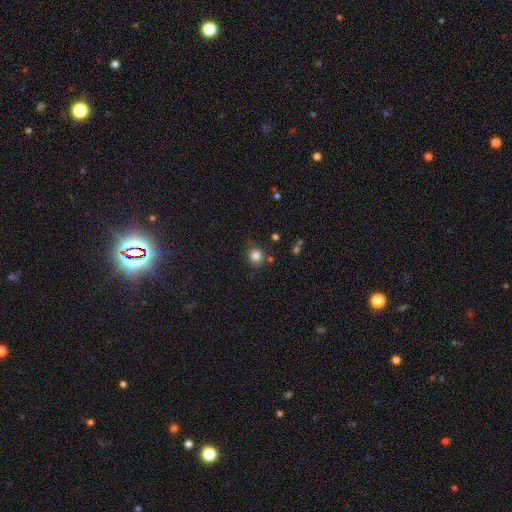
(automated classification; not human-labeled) Smooth or featured? Predicted: smooth (p=0.83). How rounded? Predicted: round (p=0.90). Merging? Predicted: none (p=0.81).